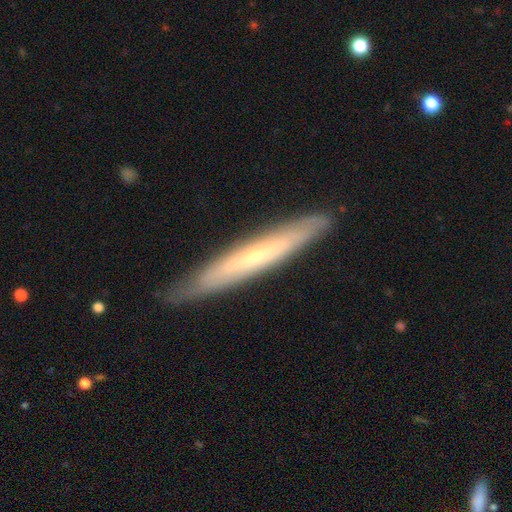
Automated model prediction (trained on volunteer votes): Smooth or featured?
  - featured or disk: 62% *
  - smooth: 32%
  - star or artifact: 6%
Edge-on disk?
  - yes: 79% *
  - no: 21%
Merging?
  - none: 84% *
  - minor disturbance: 12%
  - major disturbance: 2%
  - merger: 1%